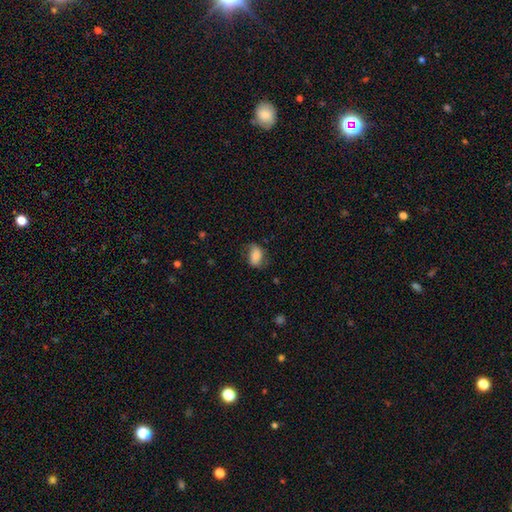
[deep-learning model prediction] smooth_or_featured: smooth (p=0.74) [alt: featured or disk p=0.18]
how_rounded: in between (p=0.86) [alt: round p=0.13]
merging: none (p=0.63) [alt: minor disturbance p=0.25]